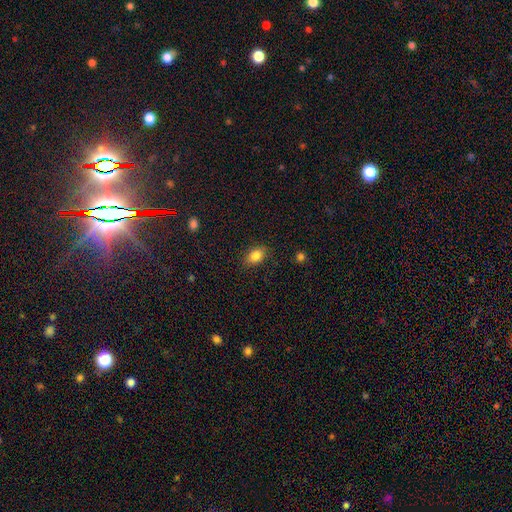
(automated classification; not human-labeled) Morphology: type=smooth (85%); roundness=in between (80%); merging=none (84%).